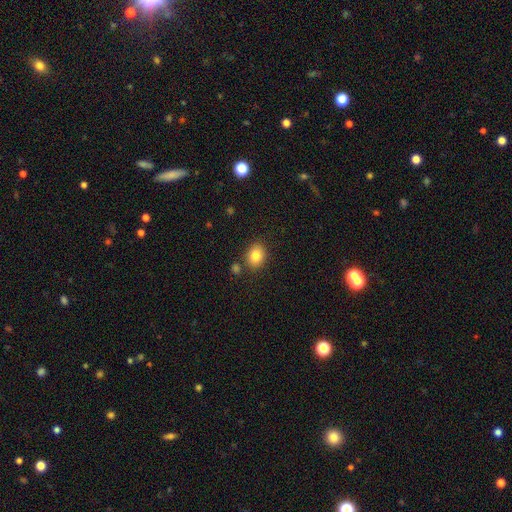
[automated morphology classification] This is clearly a smooth galaxy (82%). How rounded: possibly round (53%). Merging: clearly none (82%).